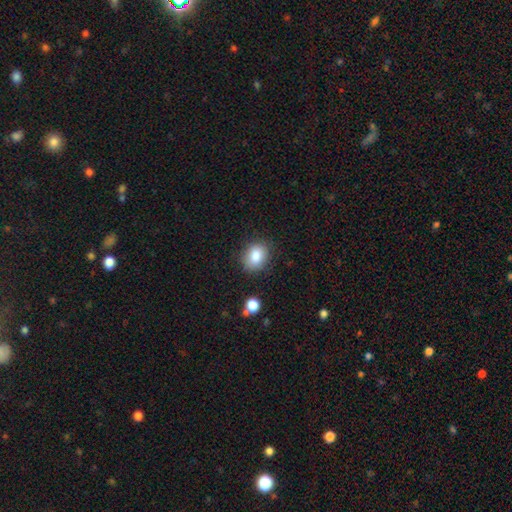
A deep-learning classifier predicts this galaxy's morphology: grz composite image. It shows a smooth galaxy with no disk features (84%) that is in between round and cigar-shaped (54%). Merging: none (81%).